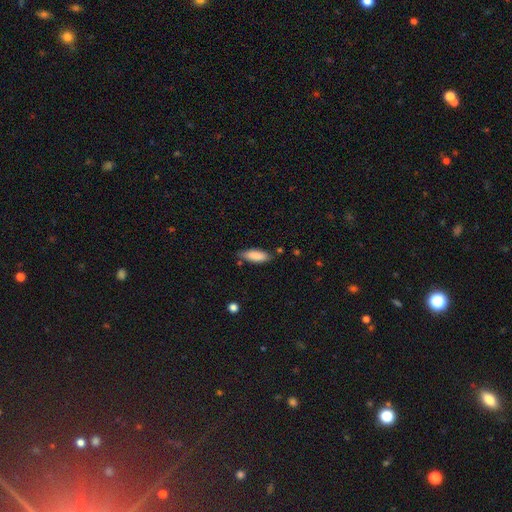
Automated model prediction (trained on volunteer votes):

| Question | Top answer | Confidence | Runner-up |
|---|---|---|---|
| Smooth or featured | smooth | 86% | featured or disk (7%) |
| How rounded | in between | 66% | cigar-shaped (32%) |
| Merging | none | 74% | minor disturbance (19%) |